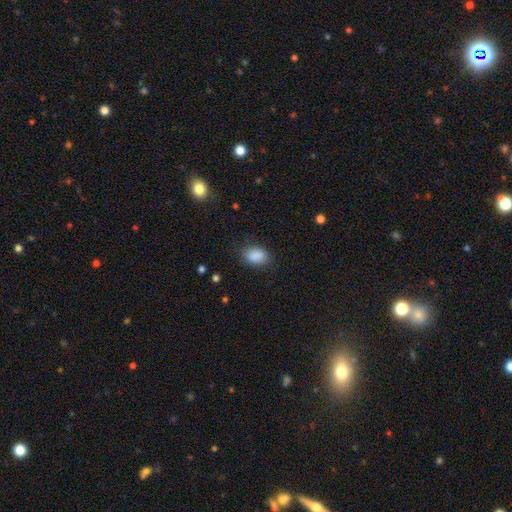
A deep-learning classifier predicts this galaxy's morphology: smooth 89%, star or artifact 8%, featured or disk 3%. Down the decision tree: how rounded — in between (84%); merging — none (81%).